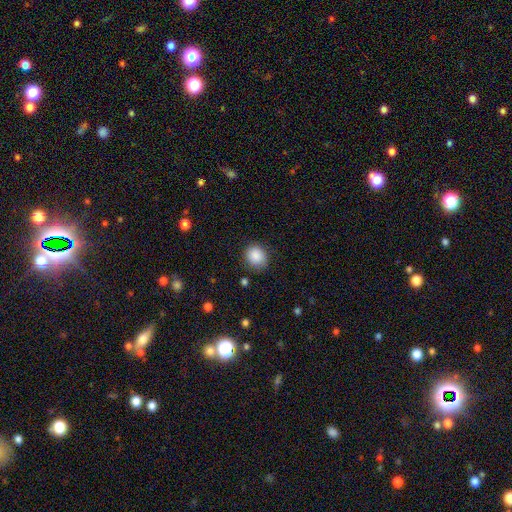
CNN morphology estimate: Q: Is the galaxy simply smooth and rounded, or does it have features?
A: smooth — 87%.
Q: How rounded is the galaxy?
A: round — 74%.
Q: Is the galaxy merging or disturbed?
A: none — 81%.